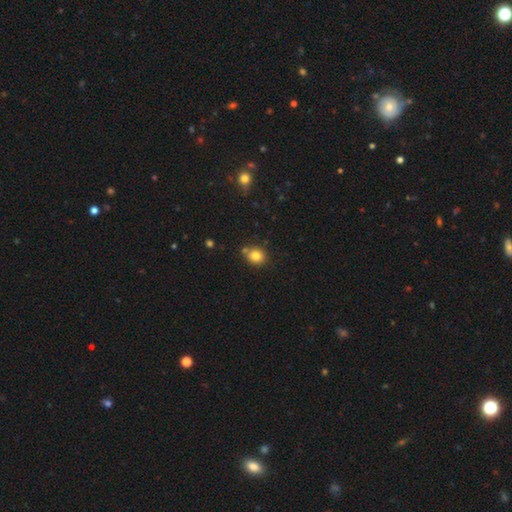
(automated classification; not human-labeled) Smooth or featured: smooth — 81% (star or artifact — 11%)
How rounded: round — 70% (in between — 29%)
Merging: none — 71% (minor disturbance — 13%)